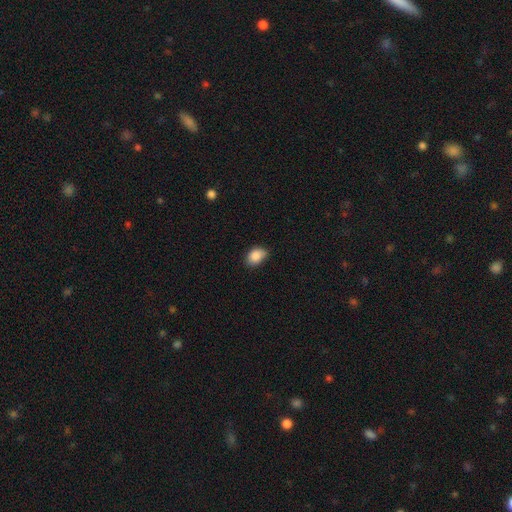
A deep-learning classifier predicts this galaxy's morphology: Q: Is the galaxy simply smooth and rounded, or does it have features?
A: smooth — 88%.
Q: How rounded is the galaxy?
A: in between — 81%.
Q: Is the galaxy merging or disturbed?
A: none — 74%.